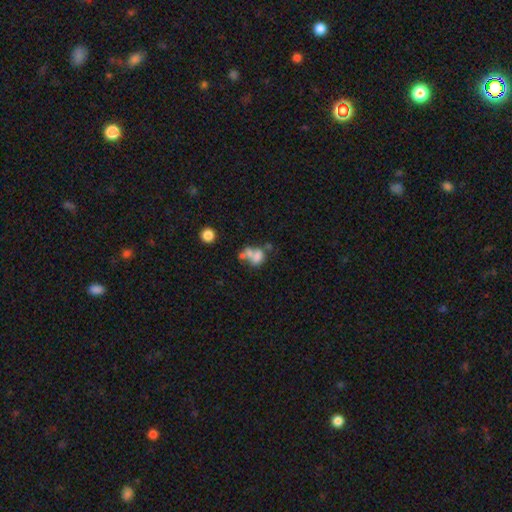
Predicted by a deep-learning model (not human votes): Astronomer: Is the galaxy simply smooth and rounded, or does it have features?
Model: smooth — 57%.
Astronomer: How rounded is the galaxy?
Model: in between — 68%.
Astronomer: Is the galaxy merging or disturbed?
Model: merger — 50%.